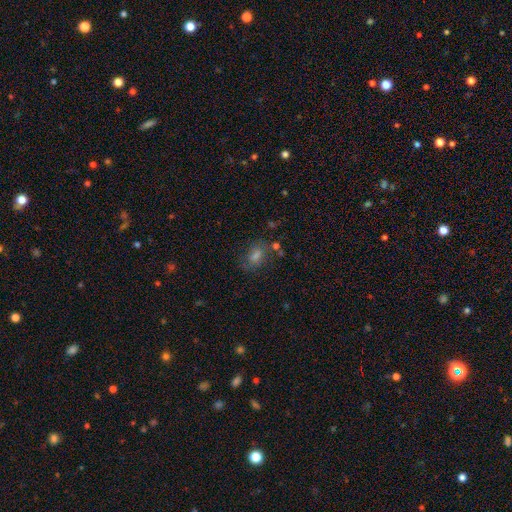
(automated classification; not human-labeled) Smooth or featured? smooth (56%)
How rounded? in between (69%)
Merging? none (69%)